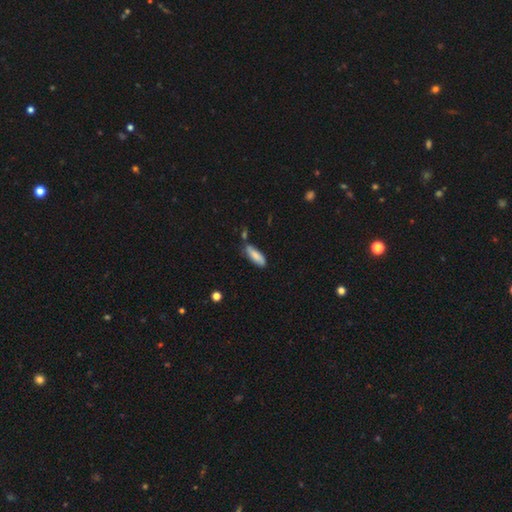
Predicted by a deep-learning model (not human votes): A smooth galaxy with no disk features (79%) that is in between round and cigar-shaped (55%).

Vote fractions:
- Smooth or featured? smooth: 79% / featured or disk: 15% / star or artifact: 7%
- How rounded? in between: 55% / cigar-shaped: 44% / round: 2%
- Merging? none: 65% / minor disturbance: 22% / merger: 8% / major disturbance: 4%